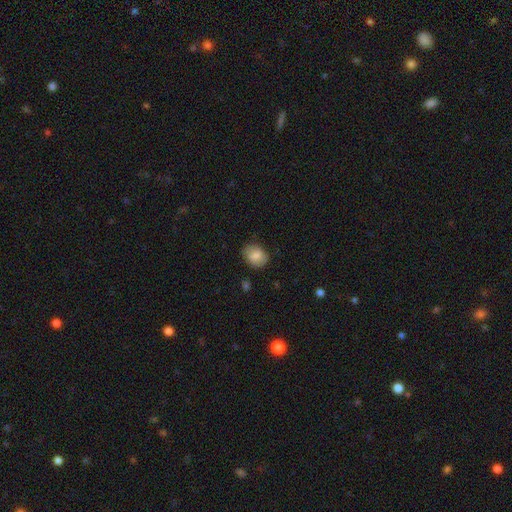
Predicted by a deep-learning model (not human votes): Overall: smooth (82%). How rounded: in between (60%; round 39%). Merging: none (79%).